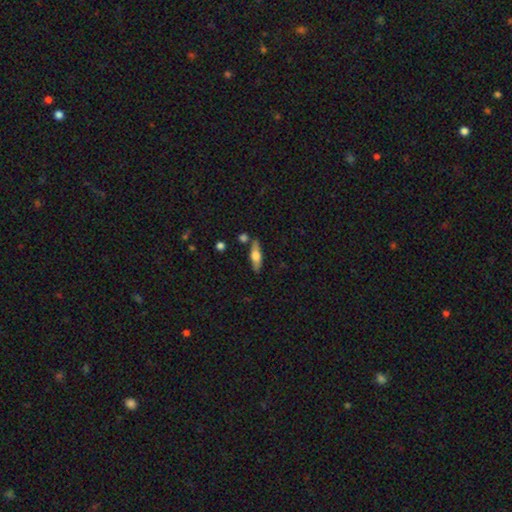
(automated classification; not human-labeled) Smooth or featured? Predicted: smooth (p=0.52). How rounded? Predicted: cigar-shaped (p=0.51). Merging? Predicted: none (p=0.78).